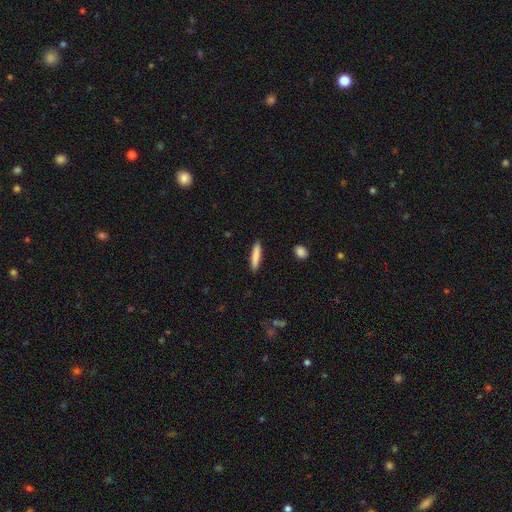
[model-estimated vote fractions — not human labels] Q: Smooth or featured?
A: smooth (82%); runner-up: featured or disk (12%)
Q: How rounded?
A: cigar-shaped (88%); runner-up: in between (10%)
Q: Merging?
A: none (90%); runner-up: minor disturbance (7%)